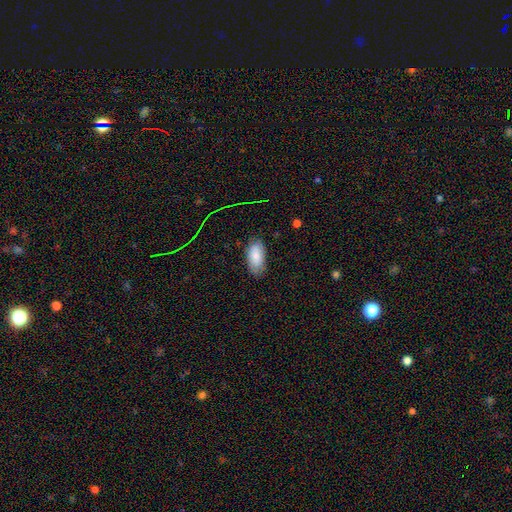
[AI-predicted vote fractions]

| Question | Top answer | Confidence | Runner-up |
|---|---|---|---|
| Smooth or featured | smooth | 81% | featured or disk (11%) |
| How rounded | in between | 93% | cigar-shaped (4%) |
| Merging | none | 78% | minor disturbance (18%) |